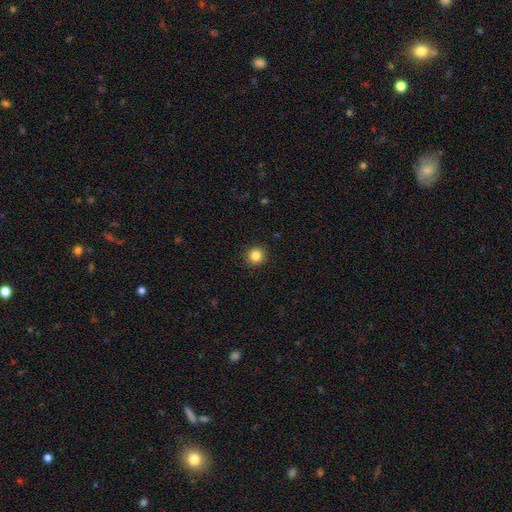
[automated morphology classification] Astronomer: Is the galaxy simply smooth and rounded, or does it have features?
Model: smooth — 85%.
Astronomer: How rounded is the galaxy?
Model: round — 94%.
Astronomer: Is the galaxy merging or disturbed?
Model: none — 92%.